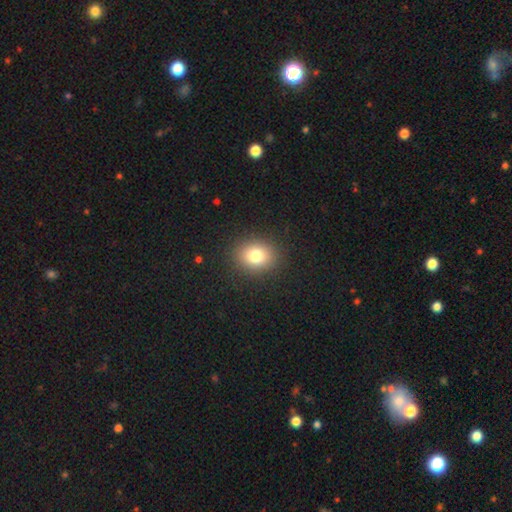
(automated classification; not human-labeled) smooth-or-featured: smooth: 79% | star or artifact: 12% | featured or disk: 9%
  how-rounded: round: 57% | in between: 42% | cigar-shaped: 1%
  merging: none: 89% | minor disturbance: 7% | major disturbance: 3% | merger: 1%